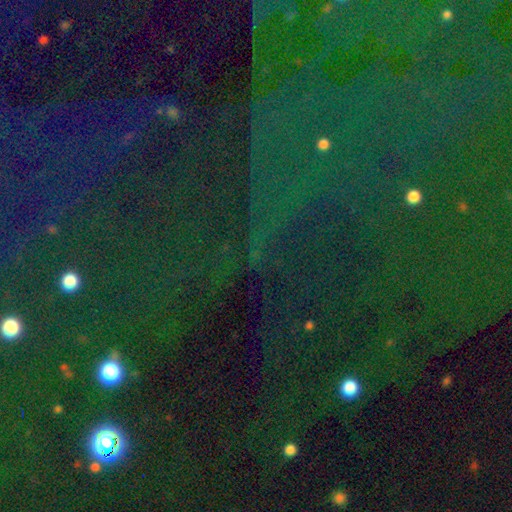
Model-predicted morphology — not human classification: Smooth or featured?
  - star or artifact: 82% *
  - smooth: 10%
  - featured or disk: 8%